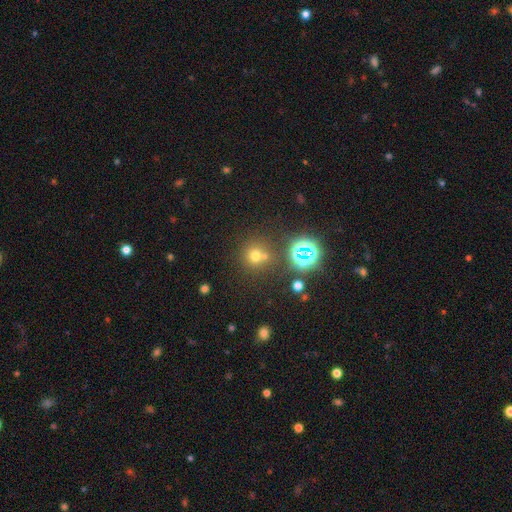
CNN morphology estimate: type=smooth (63%); roundness=round (91%); merging=none (63%).